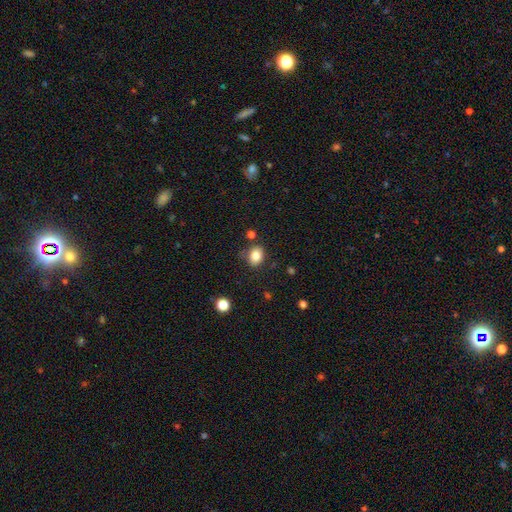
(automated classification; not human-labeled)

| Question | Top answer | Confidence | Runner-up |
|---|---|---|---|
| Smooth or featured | smooth | 83% | star or artifact (11%) |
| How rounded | in between | 51% | round (48%) |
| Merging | none | 76% | minor disturbance (15%) |